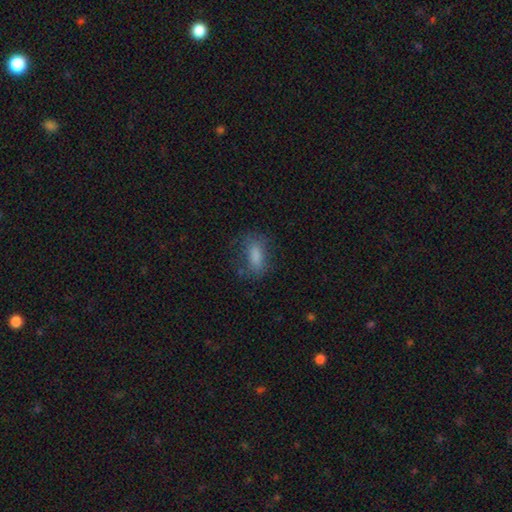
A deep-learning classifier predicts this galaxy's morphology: Smooth or featured?
  - smooth: 75% *
  - featured or disk: 14%
  - star or artifact: 11%
How rounded?
  - in between: 79% *
  - cigar-shaped: 15%
  - round: 7%
Merging?
  - none: 63% *
  - minor disturbance: 21%
  - major disturbance: 14%
  - merger: 2%